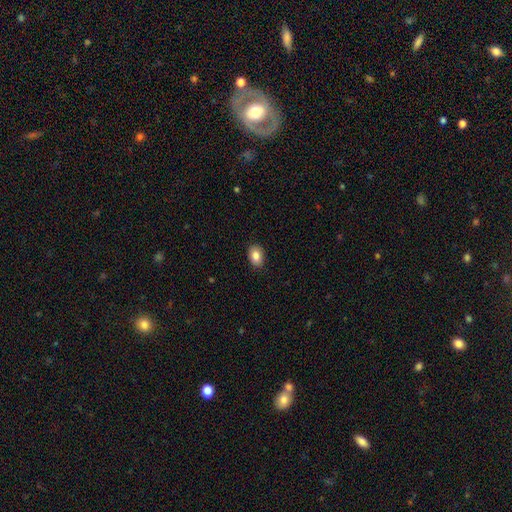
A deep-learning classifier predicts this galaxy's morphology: The model was most divided on "how rounded": in between: 77%, round: 22%, cigar-shaped: 1%. More confident: merging — none (89%); smooth or featured — smooth (85%).